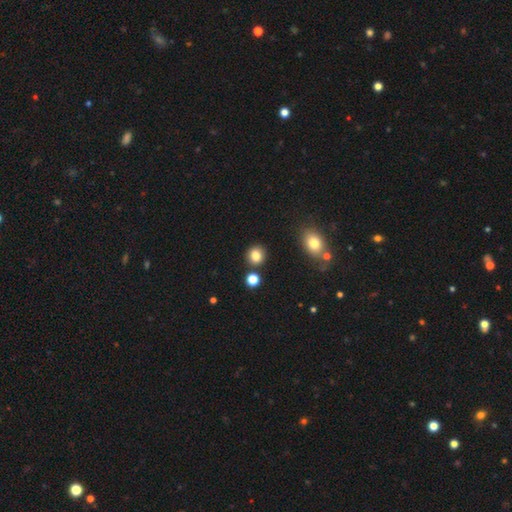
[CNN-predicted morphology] smooth_or_featured: smooth (p=0.84) [alt: star or artifact p=0.11]
how_rounded: round (p=0.84) [alt: in between p=0.15]
merging: none (p=0.85) [alt: minor disturbance p=0.07]